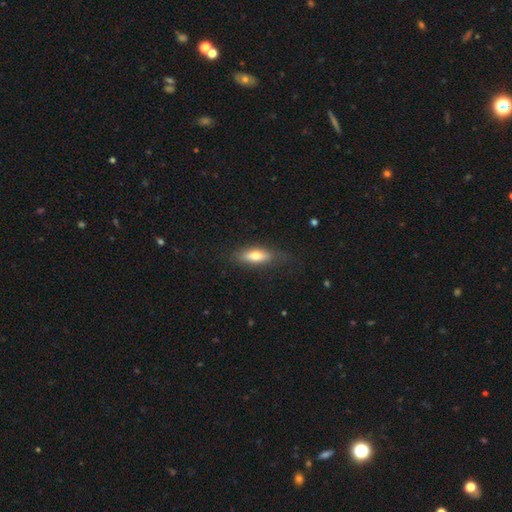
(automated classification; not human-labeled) This is likely a smooth galaxy (68%). How rounded: likely in between (63%). Merging: likely none (75%).